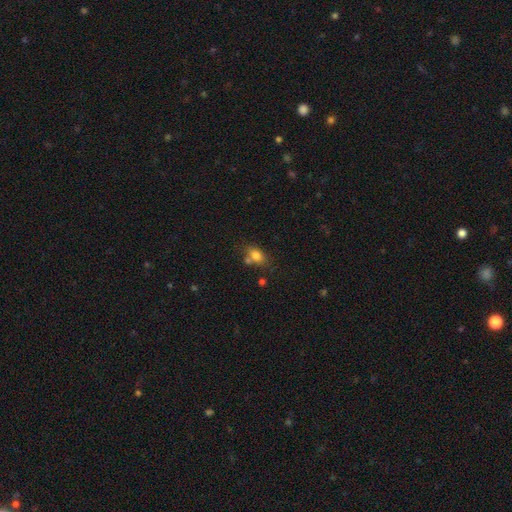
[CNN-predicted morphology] The model was most divided on "merging": none: 57%, merger: 21%, minor disturbance: 16%, major disturbance: 6%. More confident: smooth or featured — smooth (79%); how rounded — in between (73%).